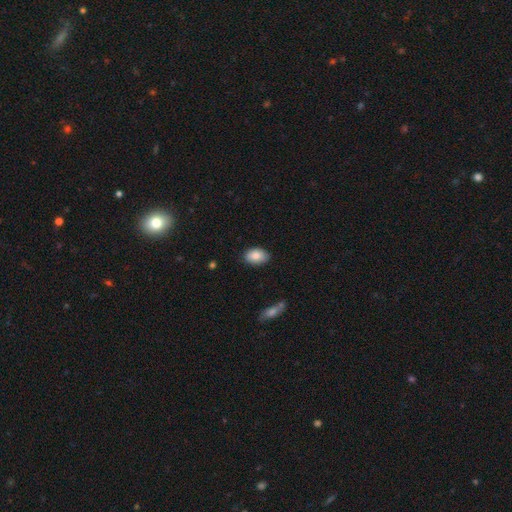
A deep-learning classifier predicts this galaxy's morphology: Smooth or featured? smooth (85%)
How rounded? in between (90%)
Merging? none (84%)